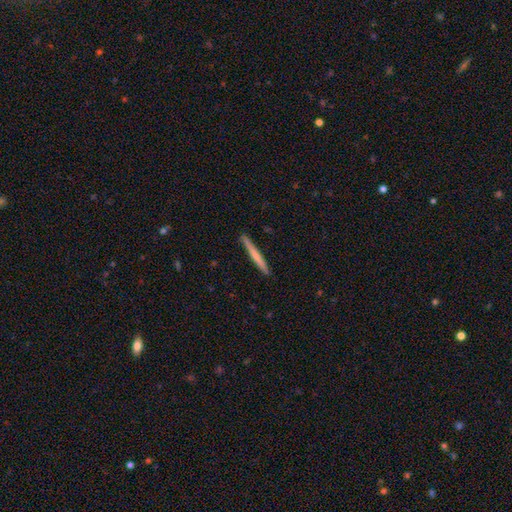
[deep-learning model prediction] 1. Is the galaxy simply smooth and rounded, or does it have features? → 60% smooth, 35% featured or disk, 5% star or artifact.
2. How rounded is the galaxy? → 97% cigar-shaped, 2% in between, 1% round.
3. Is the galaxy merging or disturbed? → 91% none, 6% minor disturbance, 1% major disturbance, 1% merger.